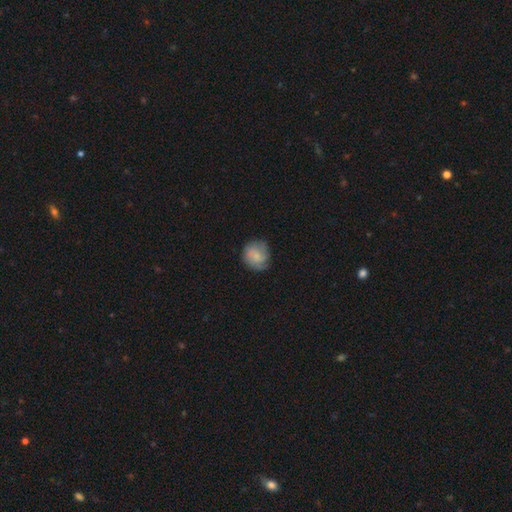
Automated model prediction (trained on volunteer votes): A smooth galaxy with no disk features (68%) that is round (84%).

Vote fractions:
- Smooth or featured? smooth: 68% / featured or disk: 25% / star or artifact: 7%
- How rounded? round: 84% / in between: 15% / cigar-shaped: 1%
- Merging? none: 71% / minor disturbance: 22% / major disturbance: 6% / merger: 1%